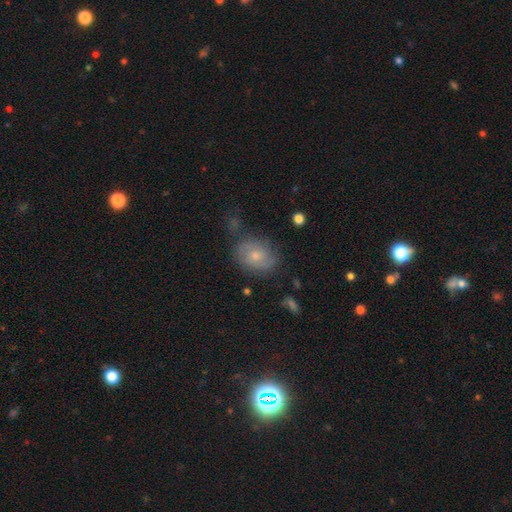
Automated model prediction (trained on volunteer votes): A smooth galaxy with no disk features (50%) that is in between round and cigar-shaped (61%).

Vote fractions:
- Smooth or featured? smooth: 50% / featured or disk: 39% / star or artifact: 10%
- How rounded? in between: 61% / round: 38% / cigar-shaped: 1%
- Merging? none: 66% / minor disturbance: 22% / major disturbance: 8% / merger: 4%